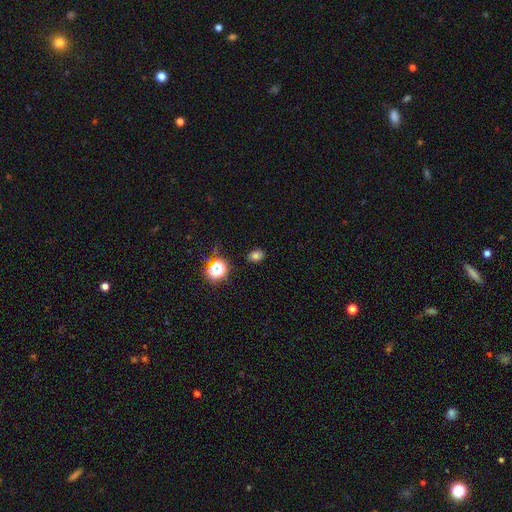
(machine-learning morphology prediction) A smooth galaxy with no disk features (69%) that is in between round and cigar-shaped (56%). Merging: none (82%).